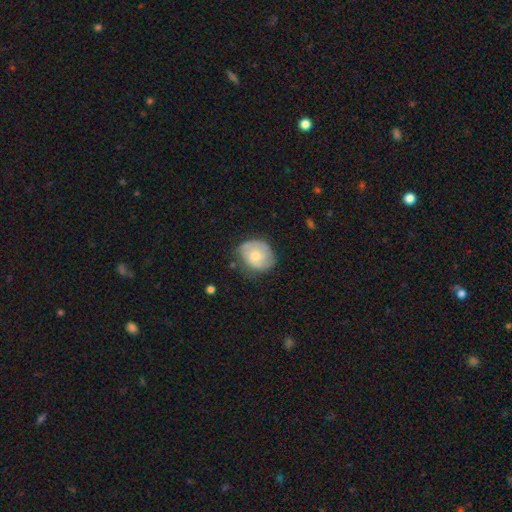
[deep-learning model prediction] This appears to be a smooth galaxy with no disk features (56%) that is round (65%). Merging: none (62%).